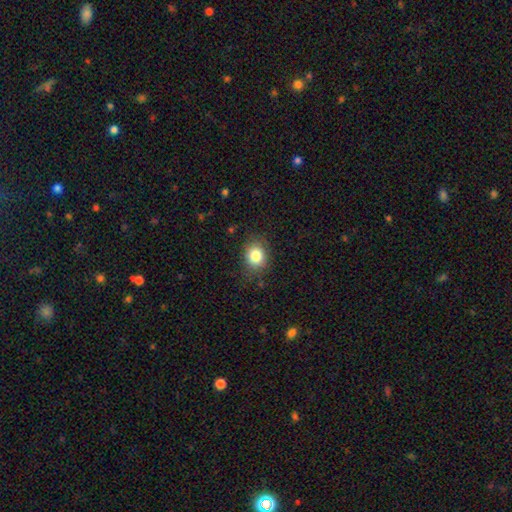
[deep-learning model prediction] Morphology: type=smooth (82%); roundness=round (60%); merging=none (80%).